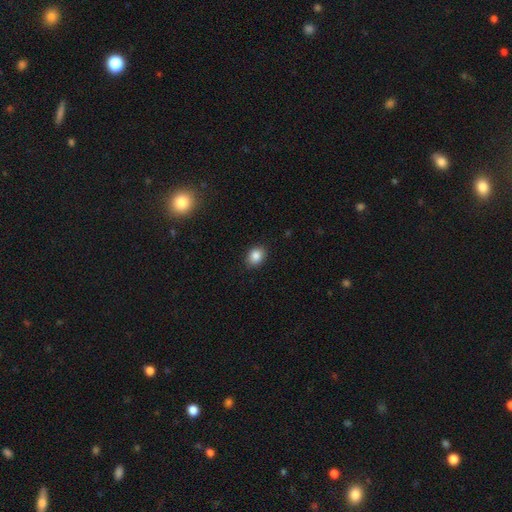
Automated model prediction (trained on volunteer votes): A smooth galaxy with no disk features (87%) that is in between round and cigar-shaped (57%). Merging: none (88%).